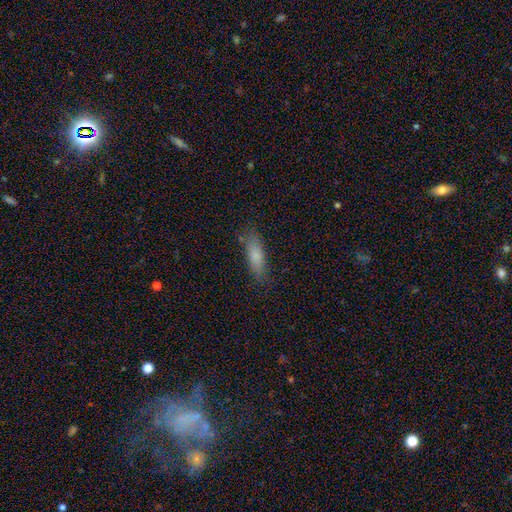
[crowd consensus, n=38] smooth_or_featured: smooth (p=0.84) [alt: featured or disk p=0.11]
how_rounded: cigar-shaped (p=0.53) [alt: in between p=0.44]
merging: none (p=0.78) [alt: minor disturbance p=0.11]